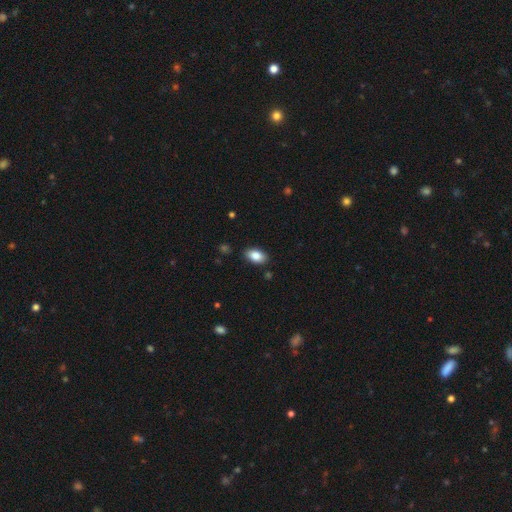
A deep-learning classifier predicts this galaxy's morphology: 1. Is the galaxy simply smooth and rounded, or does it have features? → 86% smooth, 8% star or artifact, 7% featured or disk.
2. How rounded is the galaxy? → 92% in between, 6% round, 2% cigar-shaped.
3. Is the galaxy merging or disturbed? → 86% none, 11% minor disturbance, 2% major disturbance, 1% merger.